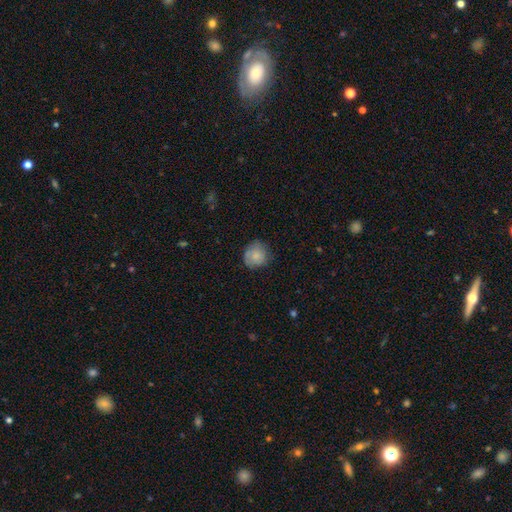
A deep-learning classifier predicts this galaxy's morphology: type=smooth (79%); roundness=round (87%); merging=none (73%).